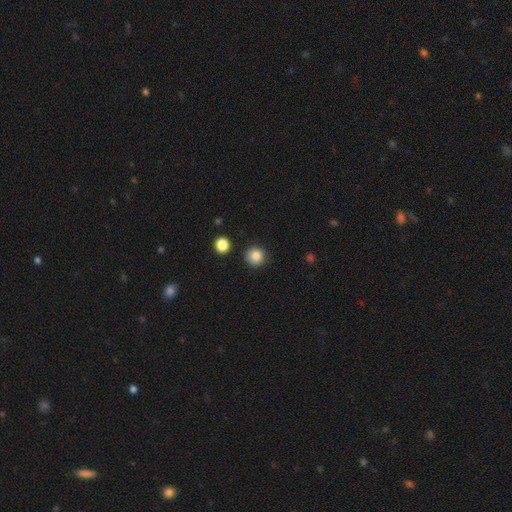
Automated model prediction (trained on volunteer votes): smooth-or-featured: smooth: 86% | star or artifact: 10% | featured or disk: 4%
  how-rounded: round: 93% | in between: 7% | cigar-shaped: 1%
  merging: none: 88% | minor disturbance: 8% | major disturbance: 2% | merger: 2%